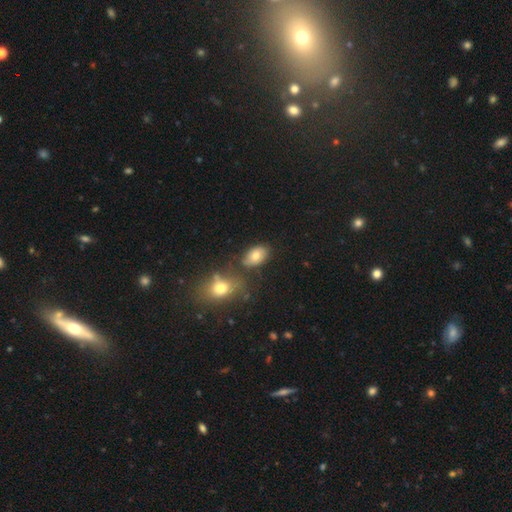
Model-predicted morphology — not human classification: smooth 76%, featured or disk 14%, star or artifact 10%. Down the decision tree: how rounded — in between (89%); merging — none (69%).